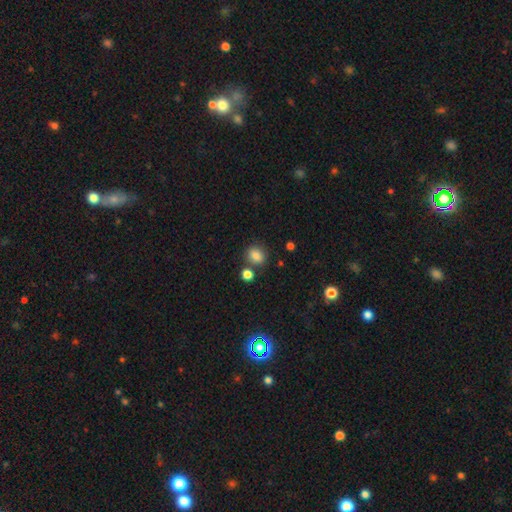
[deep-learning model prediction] Smooth or featured? Predicted: smooth (p=0.83). How rounded? Predicted: round (p=0.63). Merging? Predicted: none (p=0.73).